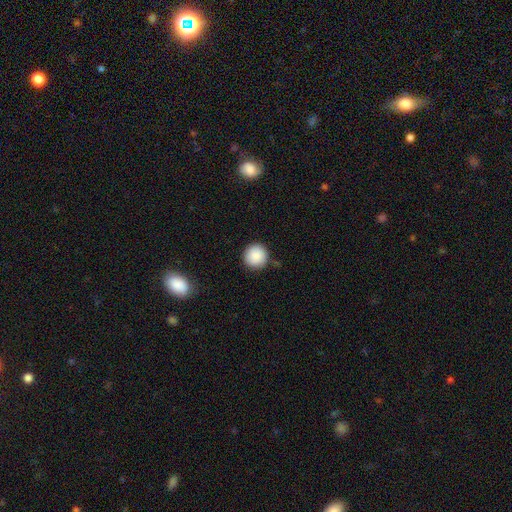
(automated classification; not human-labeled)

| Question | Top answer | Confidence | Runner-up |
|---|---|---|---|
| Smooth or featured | smooth | 89% | star or artifact (8%) |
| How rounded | round | 94% | in between (5%) |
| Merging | none | 87% | minor disturbance (9%) |